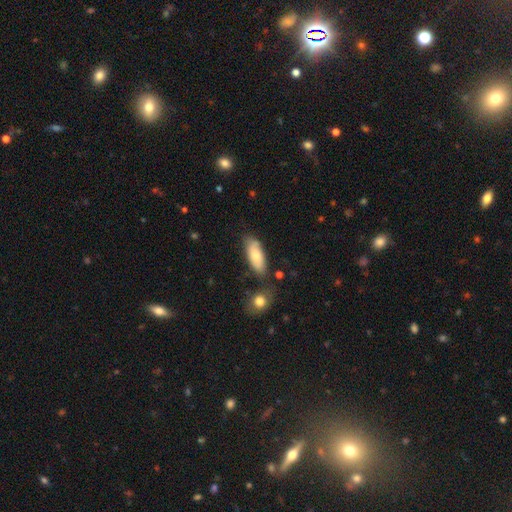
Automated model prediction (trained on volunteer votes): Smooth or featured: smooth — 72% (featured or disk — 22%)
How rounded: in between — 80% (cigar-shaped — 17%)
Merging: none — 70% (minor disturbance — 17%)